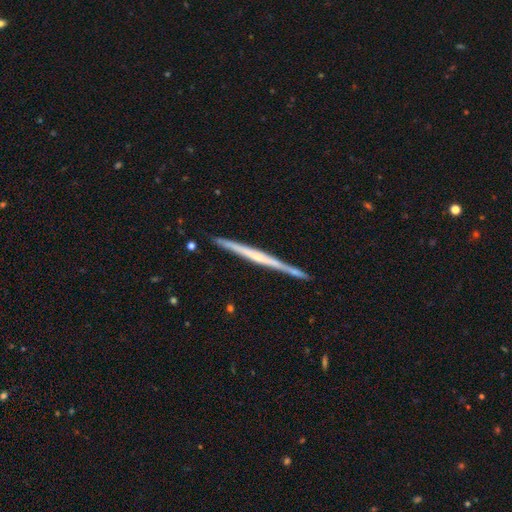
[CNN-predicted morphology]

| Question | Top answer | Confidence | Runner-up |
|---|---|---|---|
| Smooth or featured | featured or disk | 70% | smooth (24%) |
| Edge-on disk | yes | 98% | no (2%) |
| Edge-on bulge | none | 64% | rounded (26%) |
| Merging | none | 87% | minor disturbance (9%) |